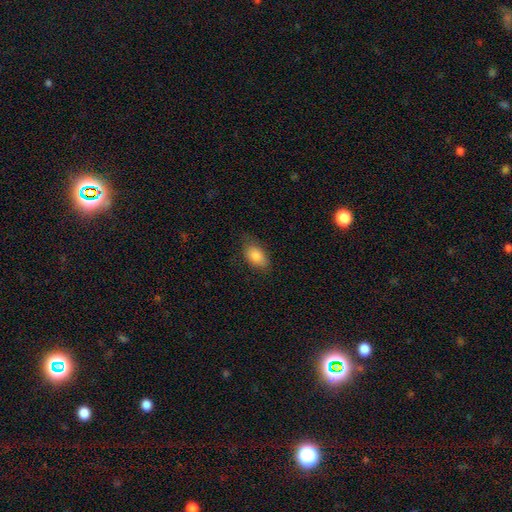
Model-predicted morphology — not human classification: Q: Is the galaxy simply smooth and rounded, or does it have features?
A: smooth — 83%.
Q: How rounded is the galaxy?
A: in between — 91%.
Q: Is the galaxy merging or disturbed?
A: none — 73%.